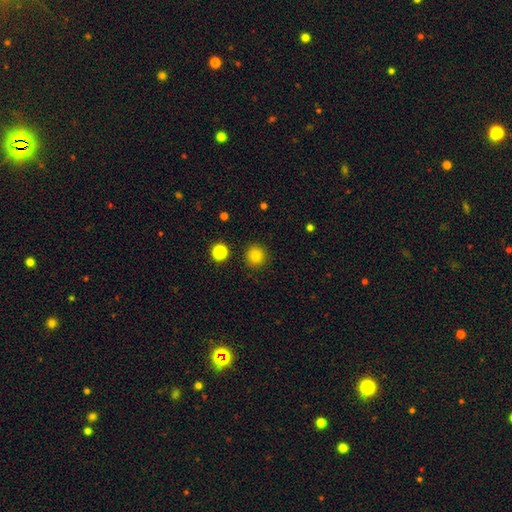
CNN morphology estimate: A smooth galaxy with no disk features (83%) that is round (94%). Merging: none (91%).